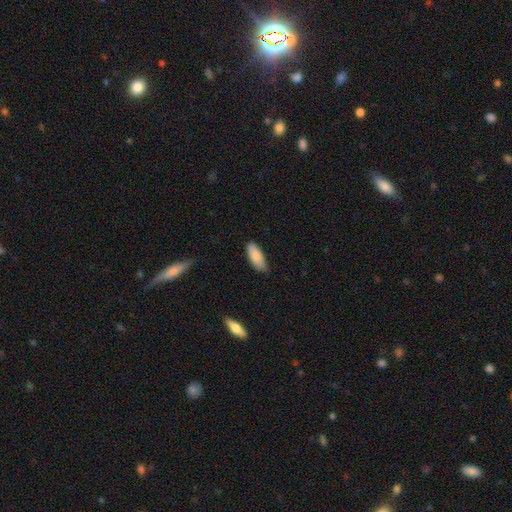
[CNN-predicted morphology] Smooth or featured?
  - smooth: 85% *
  - featured or disk: 9%
  - star or artifact: 6%
How rounded?
  - in between: 81% *
  - cigar-shaped: 18%
  - round: 2%
Merging?
  - none: 78% *
  - minor disturbance: 18%
  - major disturbance: 2%
  - merger: 1%